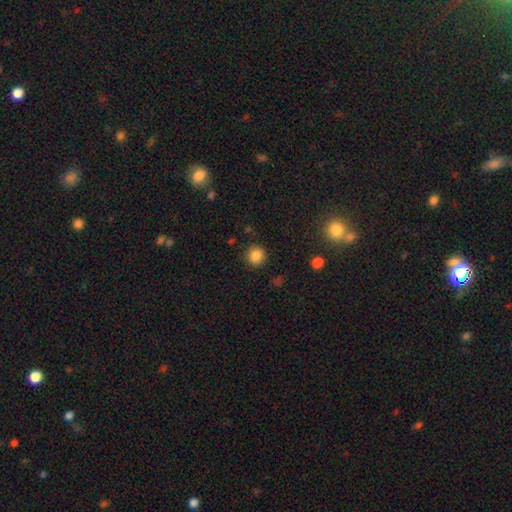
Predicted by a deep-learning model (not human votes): Smooth or featured?
  - smooth: 85% *
  - star or artifact: 11%
  - featured or disk: 4%
How rounded?
  - round: 84% *
  - in between: 15%
  - cigar-shaped: 1%
Merging?
  - none: 86% *
  - minor disturbance: 9%
  - major disturbance: 3%
  - merger: 2%